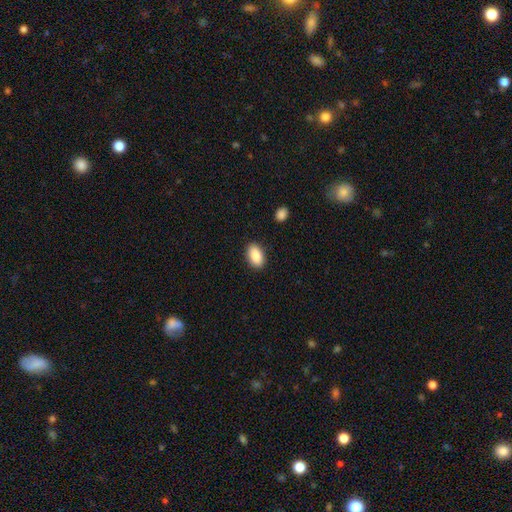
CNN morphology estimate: smooth_or_featured: smooth (p=0.88) [alt: star or artifact p=0.07]
how_rounded: in between (p=0.92) [alt: round p=0.07]
merging: none (p=0.88) [alt: minor disturbance p=0.08]